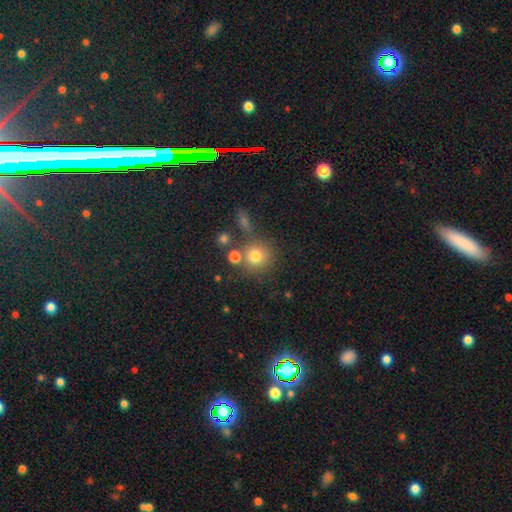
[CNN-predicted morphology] smooth 75%, star or artifact 15%, featured or disk 10%. Down the decision tree: how rounded — round (91%); merging — none (70%).